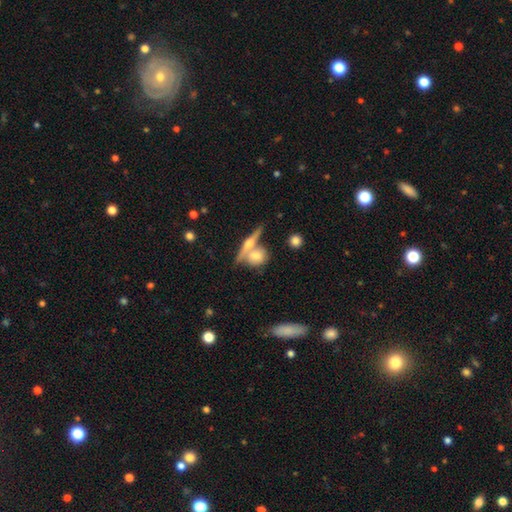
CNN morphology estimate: Smooth or featured: smooth — 53% (featured or disk — 39%)
How rounded: round — 43% (in between — 39%)
Merging: none — 44% (merger — 43%)